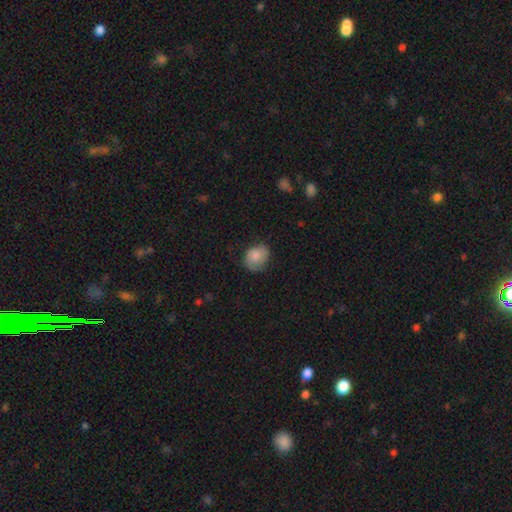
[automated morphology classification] type=smooth (77%); roundness=round (56%); merging=none (61%).